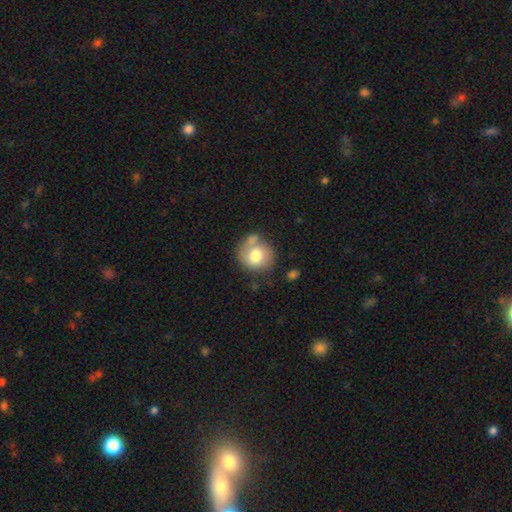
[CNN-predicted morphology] Overall: smooth (73%). How rounded: round (81%). Merging: none (51%; merger 21%).